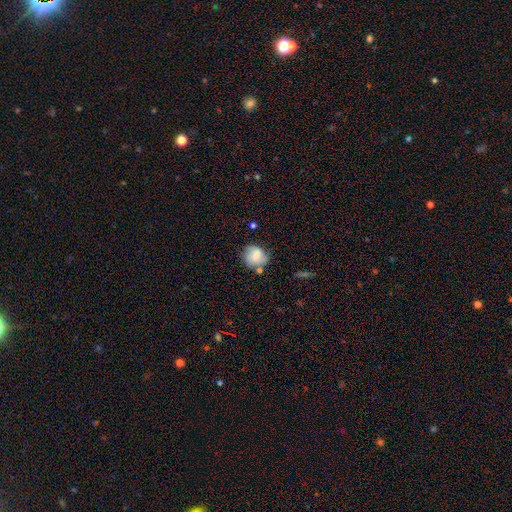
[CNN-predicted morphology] Overall: smooth (63%; featured or disk 29%). How rounded: round (81%). Merging: none (63%).